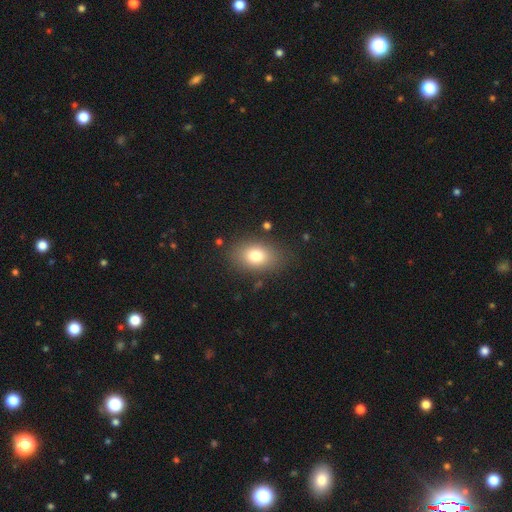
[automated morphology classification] A smooth galaxy with no disk features (79%) that is in between round and cigar-shaped (80%). Merging: none (82%).